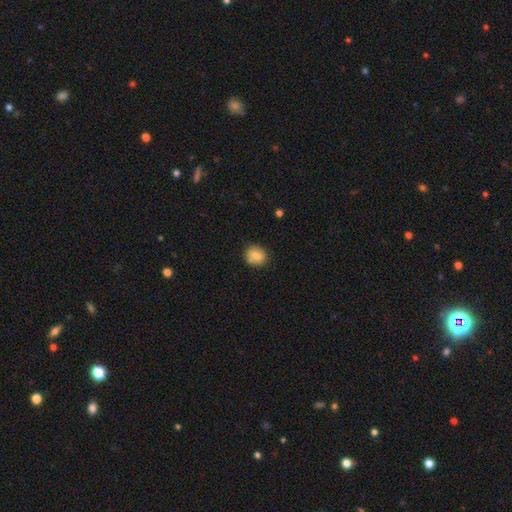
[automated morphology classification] type=smooth (81%); roundness=round (69%); merging=none (79%).